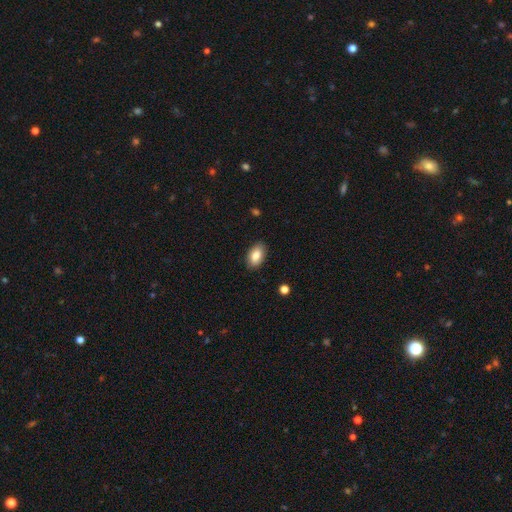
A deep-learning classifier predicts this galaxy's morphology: Overall: smooth (83%). How rounded: in between (93%). Merging: none (87%).